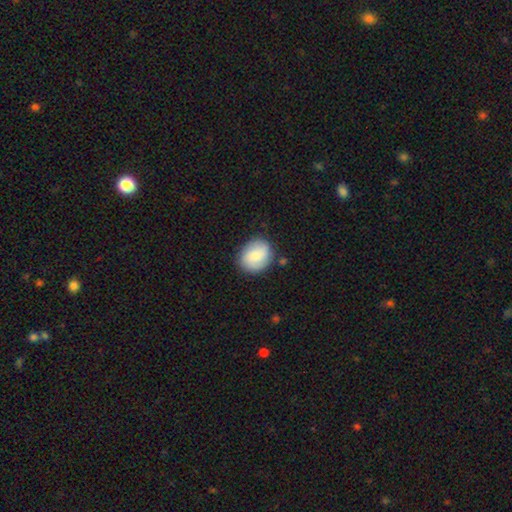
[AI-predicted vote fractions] This appears to be a smooth galaxy with no disk features (74%) that is round (58%). Merging: none (80%).